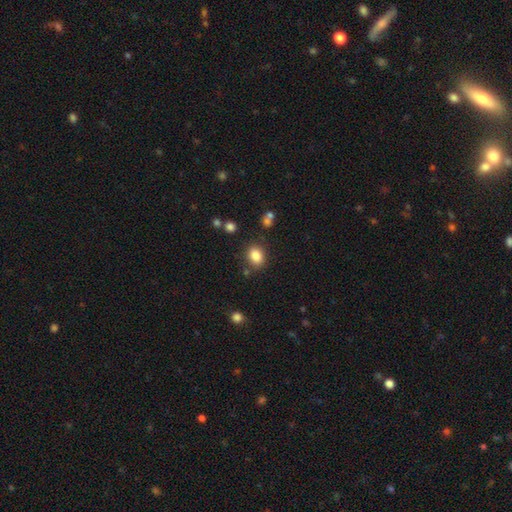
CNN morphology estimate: Smooth or featured: smooth — 84% (star or artifact — 10%)
How rounded: in between — 58% (round — 41%)
Merging: none — 80% (minor disturbance — 11%)